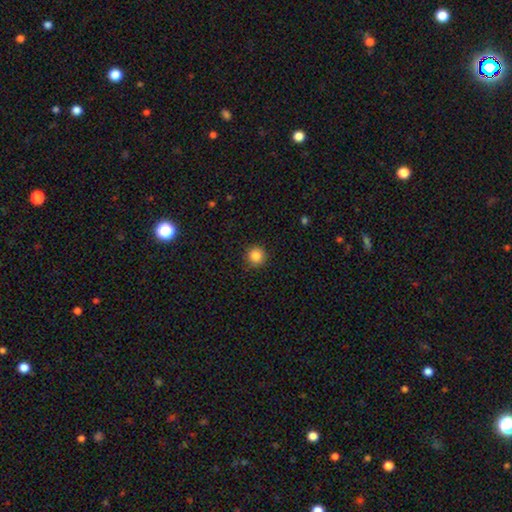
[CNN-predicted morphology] A smooth galaxy with no disk features (86%) that is round (94%). Merging: none (89%).